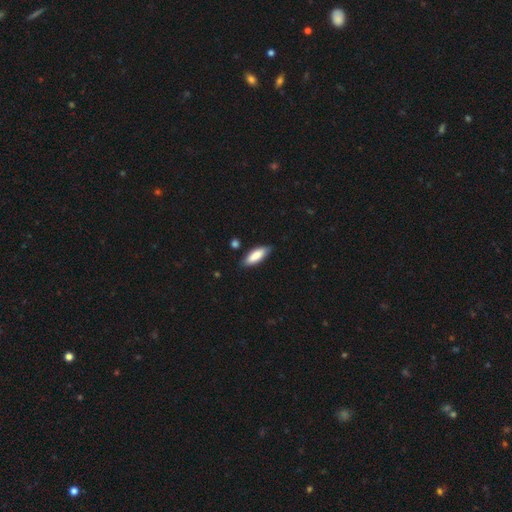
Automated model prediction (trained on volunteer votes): A smooth galaxy with no disk features (84%) that is in between round and cigar-shaped (62%). Merging: none (83%).